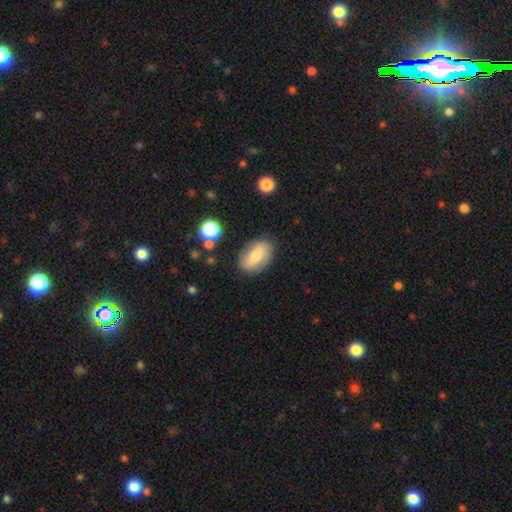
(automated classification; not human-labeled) Overall: smooth (69%). How rounded: in between (88%). Merging: none (79%).